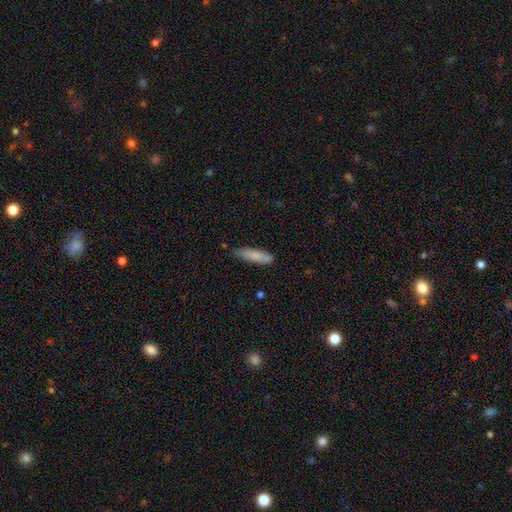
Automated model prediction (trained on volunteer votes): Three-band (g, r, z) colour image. It shows a smooth galaxy with no disk features (84%) that is cigar-shaped (67%). Merging: none (77%).